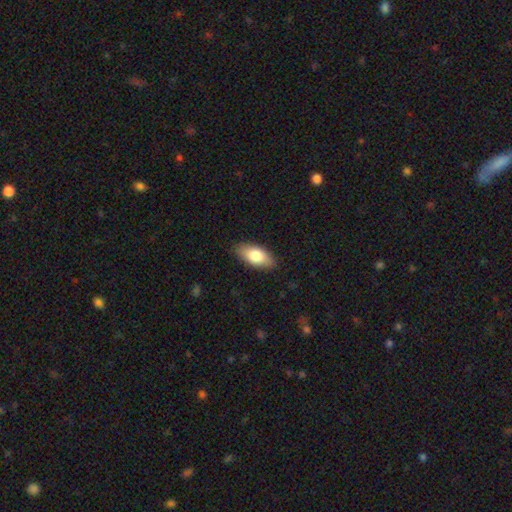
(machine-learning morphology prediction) Smooth or featured: smooth — 79% (featured or disk — 15%)
How rounded: in between — 89% (cigar-shaped — 8%)
Merging: none — 86% (minor disturbance — 10%)